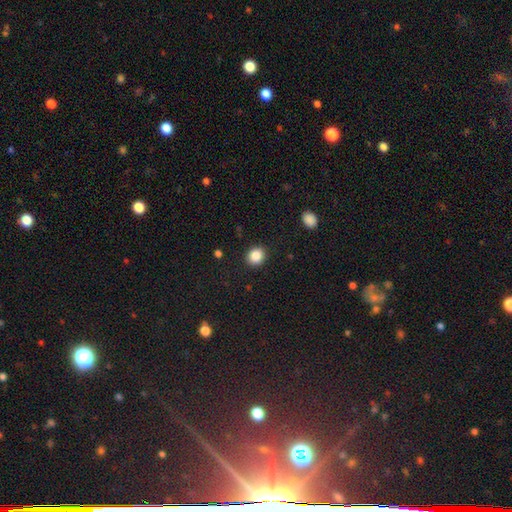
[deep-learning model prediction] smooth_or_featured: smooth (p=0.86) [alt: star or artifact p=0.09]
how_rounded: round (p=0.77) [alt: in between p=0.22]
merging: none (p=0.91) [alt: minor disturbance p=0.06]